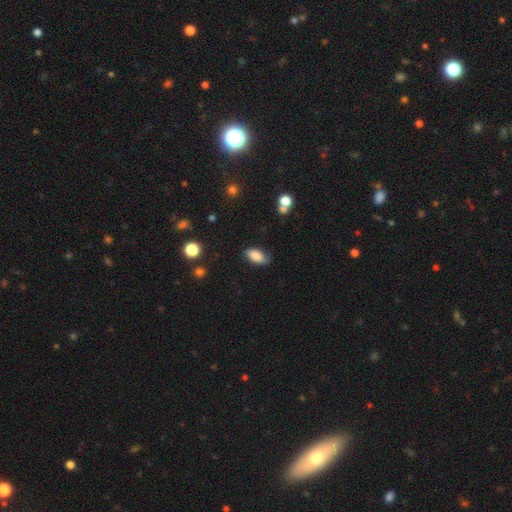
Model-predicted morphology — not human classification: This appears to be a smooth galaxy with no disk features (81%) that is in between round and cigar-shaped (90%). Merging: none (73%).